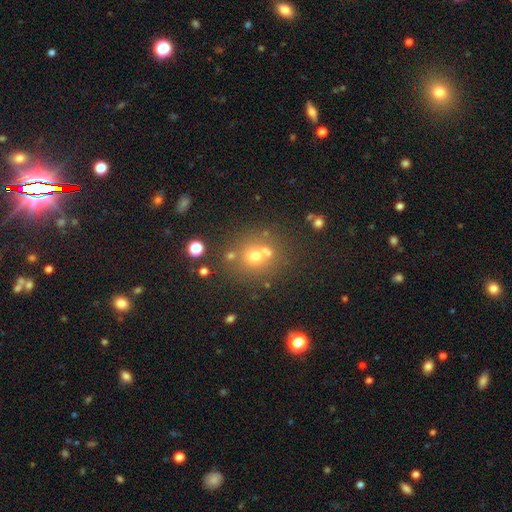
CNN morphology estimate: Smooth or featured? Predicted: smooth (p=0.61). How rounded? Predicted: round (p=0.87). Merging? Predicted: none (p=0.64).